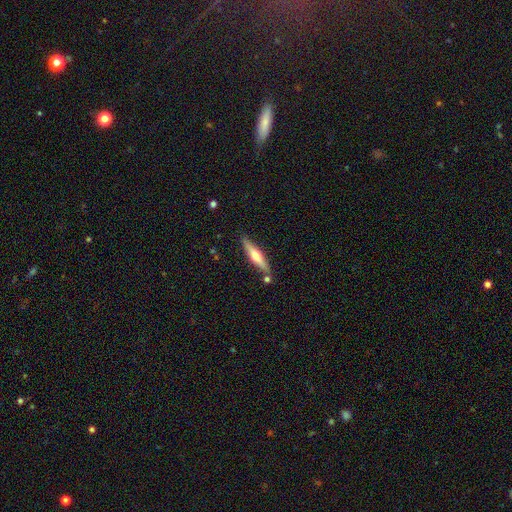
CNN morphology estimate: This appears to be a featured or disk galaxy (55%) viewed edge-on (95%) with a rounded central bulge (89%). Merging: none (82%).